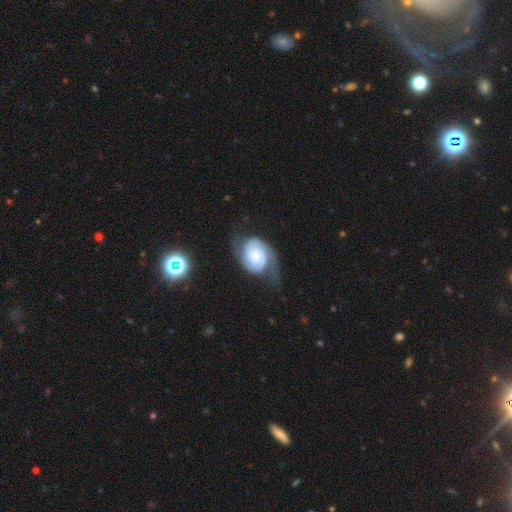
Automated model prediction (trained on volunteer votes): smooth_or_featured: featured or disk (p=0.75) [alt: smooth p=0.19]
disk_edge_on: no (p=0.98) [alt: yes p=0.02]
bar: no (p=0.72) [alt: weak p=0.23]
has_spiral_arms: yes (p=0.95) [alt: no p=0.05]
spiral_winding: medium (p=0.39) [alt: tight p=0.37]
spiral_arm_count: 2 (p=0.87) [alt: can't tell p=0.05]
bulge_size: small (p=0.31) [alt: none p=0.27]
merging: none (p=0.52) [alt: minor disturbance p=0.26]